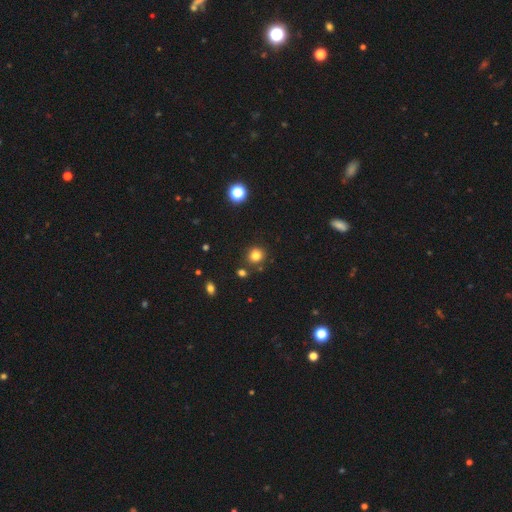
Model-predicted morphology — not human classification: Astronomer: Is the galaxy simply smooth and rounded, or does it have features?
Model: smooth — 80%.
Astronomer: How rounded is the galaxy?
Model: round — 87%.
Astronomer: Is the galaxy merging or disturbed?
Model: none — 84%.